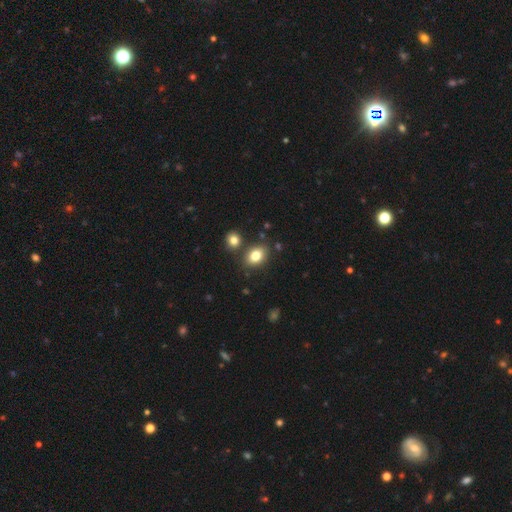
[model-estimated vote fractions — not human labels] smooth_or_featured: smooth (p=0.81) [alt: star or artifact p=0.10]
how_rounded: in between (p=0.67) [alt: round p=0.32]
merging: none (p=0.76) [alt: minor disturbance p=0.11]